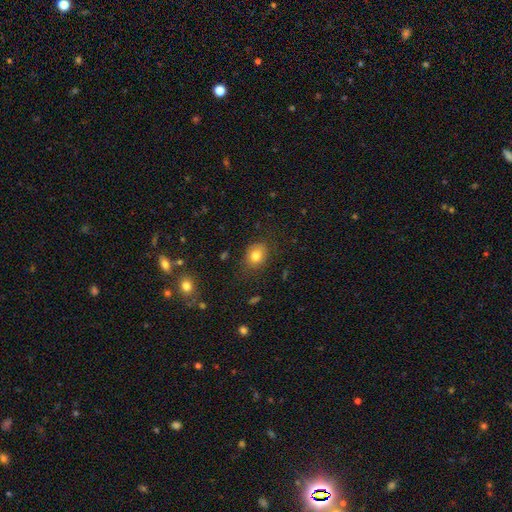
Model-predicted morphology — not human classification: The model was most divided on "how rounded": in between: 54%, round: 45%, cigar-shaped: 1%. More confident: smooth or featured — smooth (80%); merging — none (77%).